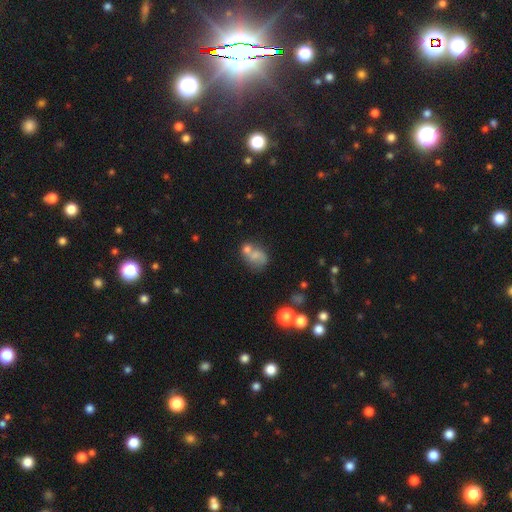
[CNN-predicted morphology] Overall: smooth (59%; featured or disk 27%). How rounded: in between (56%; round 42%). Merging: merger (46%; none 30%).